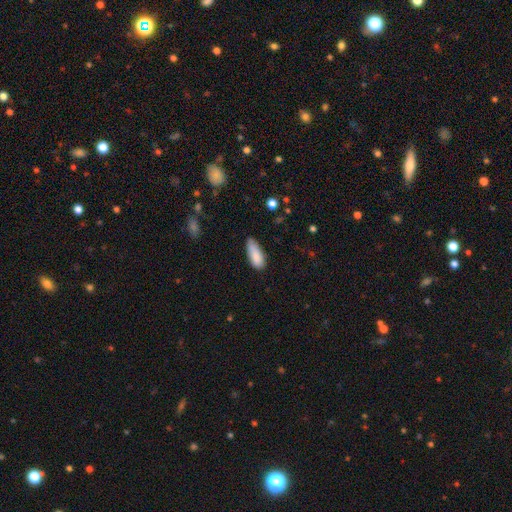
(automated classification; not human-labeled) Smooth or featured: smooth — 86% (featured or disk — 7%)
How rounded: in between — 76% (cigar-shaped — 22%)
Merging: none — 58% (minor disturbance — 34%)